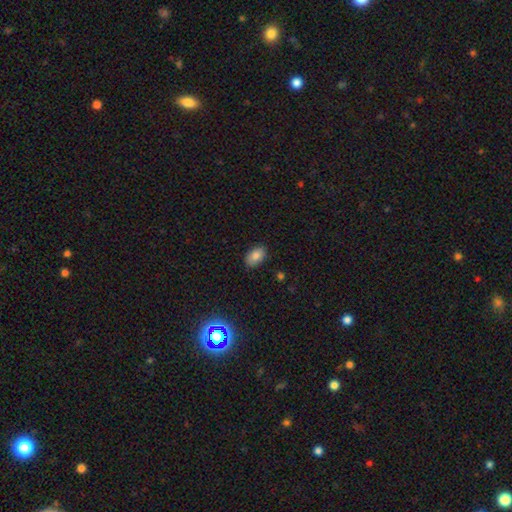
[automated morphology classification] A smooth galaxy with no disk features (81%) that is in between round and cigar-shaped (90%).

Vote fractions:
- Smooth or featured? smooth: 81% / star or artifact: 10% / featured or disk: 9%
- How rounded? in between: 90% / round: 9% / cigar-shaped: 1%
- Merging? none: 85% / minor disturbance: 12% / major disturbance: 2% / merger: 1%